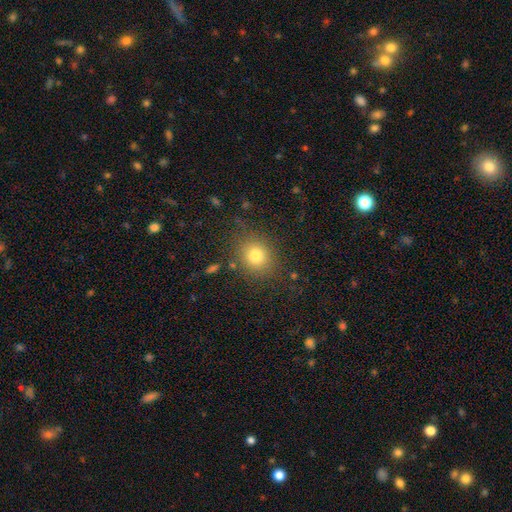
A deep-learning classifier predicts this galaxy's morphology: A smooth galaxy with no disk features (79%) that is round (78%).

Vote fractions:
- Smooth or featured? smooth: 79% / star or artifact: 13% / featured or disk: 8%
- How rounded? round: 78% / in between: 21% / cigar-shaped: 1%
- Merging? none: 83% / minor disturbance: 11% / major disturbance: 4% / merger: 2%